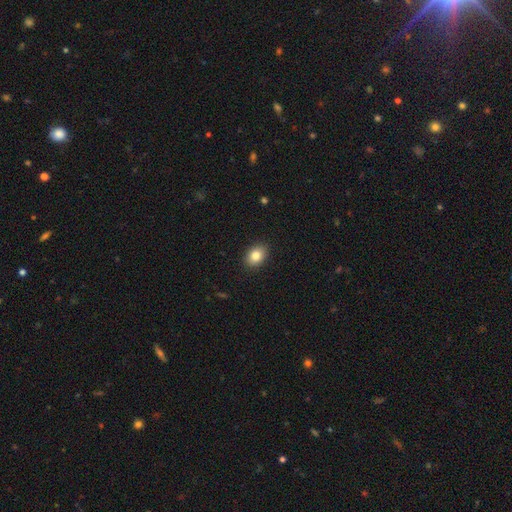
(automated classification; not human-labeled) smooth_or_featured: smooth (p=0.84) [alt: star or artifact p=0.09]
how_rounded: in between (p=0.71) [alt: round p=0.28]
merging: none (p=0.90) [alt: minor disturbance p=0.08]